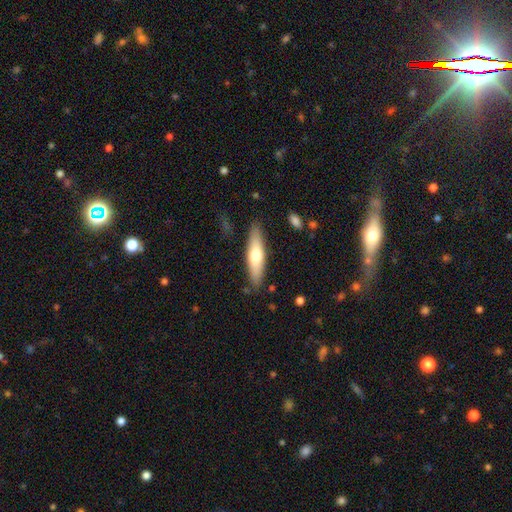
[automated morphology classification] type=smooth (61%); roundness=cigar-shaped (71%); merging=none (86%).